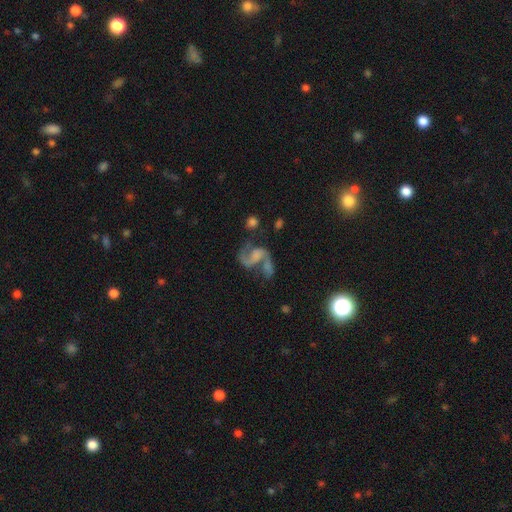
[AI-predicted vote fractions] Overall: featured or disk (81%). Edge-on disk: no (98%). Bar: weak (42%; no 39%). Spiral arms: yes (94%). Spiral arm count: 2 (89%). Spiral winding: loose (57%; medium 36%). Bulge size: none (49%; small 25%). Merging: none (48%; merger 21%).